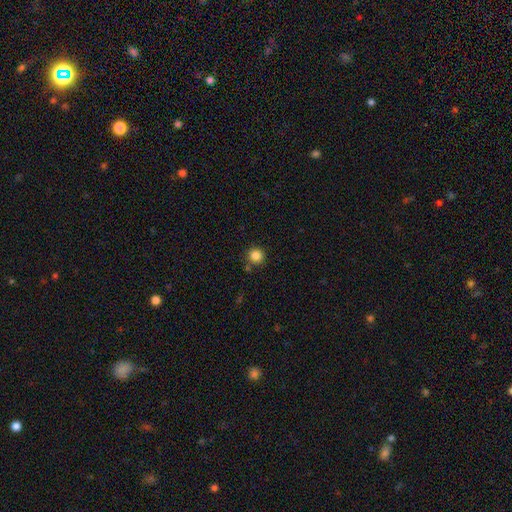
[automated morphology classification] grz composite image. It shows a smooth galaxy with no disk features (85%) that is round (94%). Merging: none (83%).